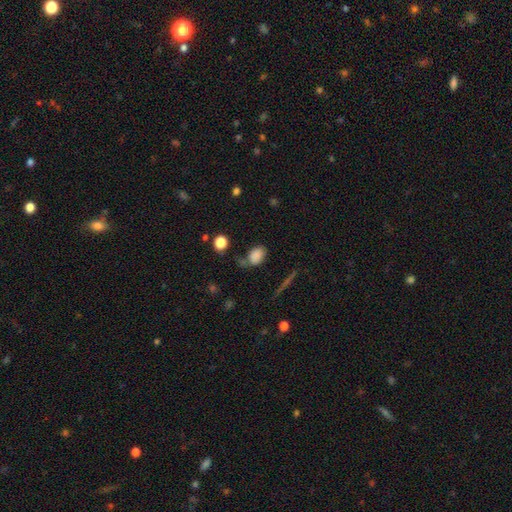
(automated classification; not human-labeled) smooth-or-featured: smooth: 81% | star or artifact: 12% | featured or disk: 7%
  how-rounded: in between: 80% | round: 19% | cigar-shaped: 2%
  merging: none: 51% | minor disturbance: 25% | merger: 12% | major disturbance: 12%